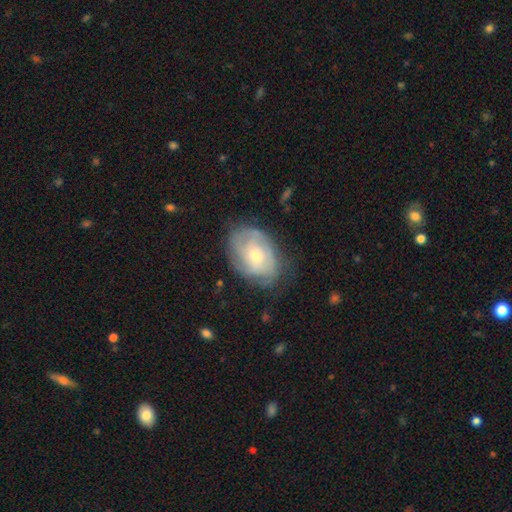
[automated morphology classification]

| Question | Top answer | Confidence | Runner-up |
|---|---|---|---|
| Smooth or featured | featured or disk | 67% | smooth (27%) |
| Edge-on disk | no | 96% | yes (4%) |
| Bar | no | 69% | weak (27%) |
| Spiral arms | yes | 84% | no (16%) |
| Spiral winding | tight | 59% | medium (31%) |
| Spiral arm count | can't tell | 48% | 2 (21%) |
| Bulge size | moderate | 48% | small (47%) |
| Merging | none | 69% | minor disturbance (22%) |